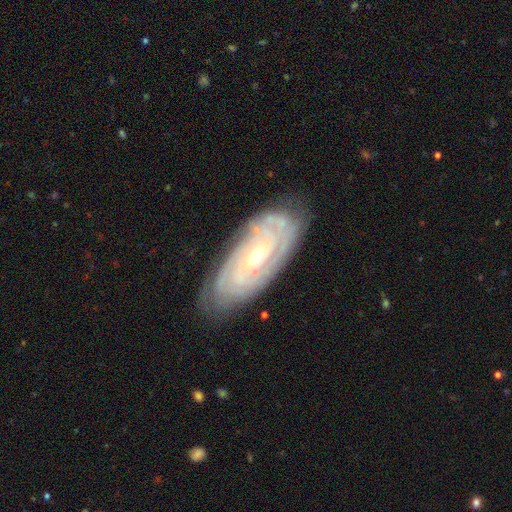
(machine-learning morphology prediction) smooth_or_featured: featured or disk (p=0.85) [alt: smooth p=0.09]
disk_edge_on: no (p=0.92) [alt: yes p=0.08]
bar: no (p=0.69) [alt: weak p=0.24]
has_spiral_arms: yes (p=0.95) [alt: no p=0.05]
spiral_winding: tight (p=0.81) [alt: medium p=0.15]
spiral_arm_count: can't tell (p=0.41) [alt: 4 p=0.16]
bulge_size: small (p=0.56) [alt: moderate p=0.41]
merging: none (p=0.80) [alt: minor disturbance p=0.16]